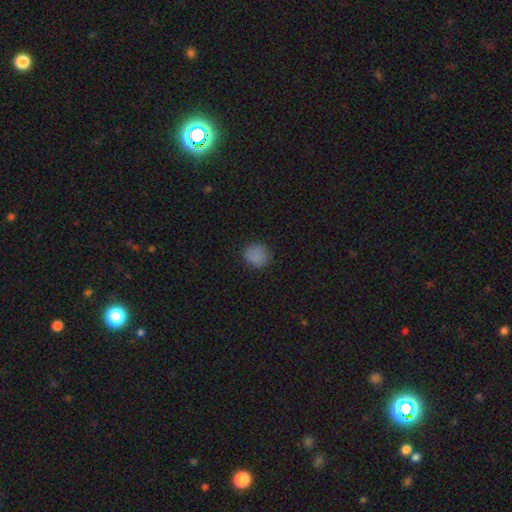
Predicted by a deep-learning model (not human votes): Smooth or featured? smooth (83%)
How rounded? round (76%)
Merging? none (83%)